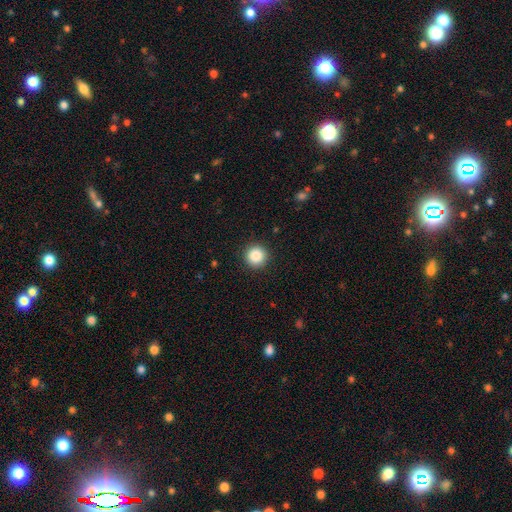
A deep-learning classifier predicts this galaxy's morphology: Q: Smooth or featured?
A: smooth (87%); runner-up: star or artifact (9%)
Q: How rounded?
A: round (96%); runner-up: in between (4%)
Q: Merging?
A: none (92%); runner-up: minor disturbance (5%)